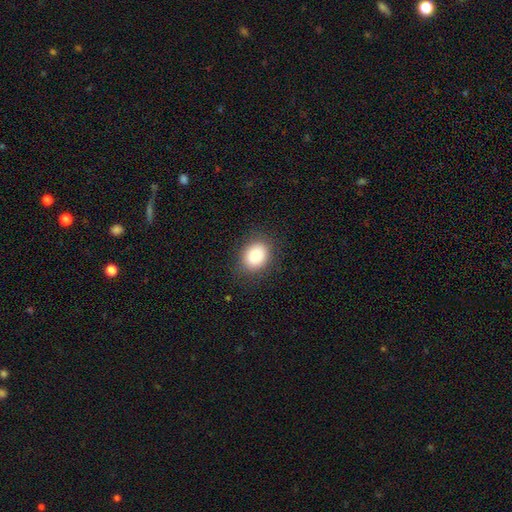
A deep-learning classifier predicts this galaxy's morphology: Smooth or featured? smooth (85%)
How rounded? round (50%)
Merging? none (85%)